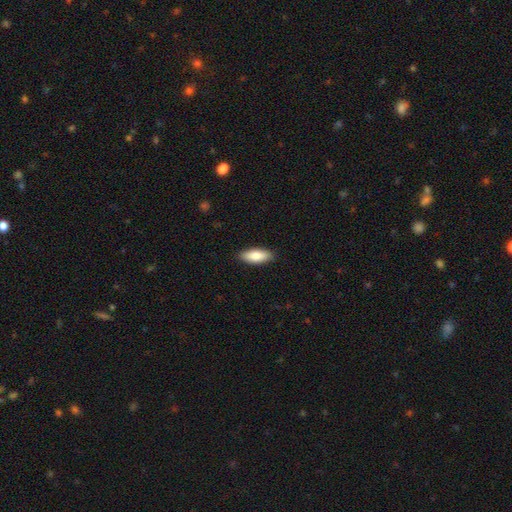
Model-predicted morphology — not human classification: Smooth or featured? Predicted: smooth (p=0.83). How rounded? Predicted: in between (p=0.74). Merging? Predicted: none (p=0.89).